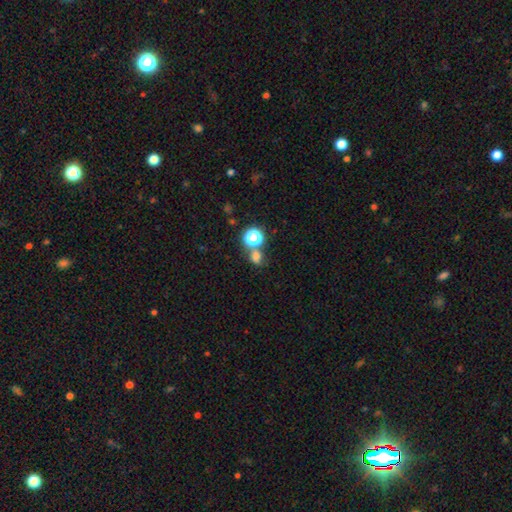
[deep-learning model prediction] This is likely a smooth galaxy (66%). How rounded: likely round (64%). Merging: possibly none (54%).